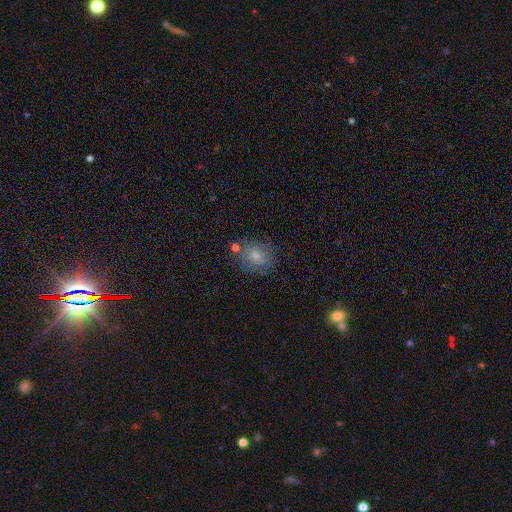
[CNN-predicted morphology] Smooth or featured?
  - smooth: 53% *
  - featured or disk: 27%
  - star or artifact: 19%
How rounded?
  - round: 63% *
  - in between: 35%
  - cigar-shaped: 1%
Merging?
  - none: 73% *
  - minor disturbance: 15%
  - merger: 6%
  - major disturbance: 5%